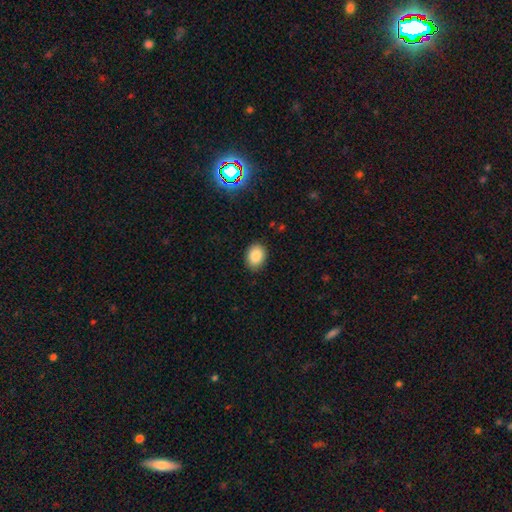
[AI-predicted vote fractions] smooth 87%, star or artifact 9%, featured or disk 5%. Down the decision tree: how rounded — in between (66%); merging — none (87%).